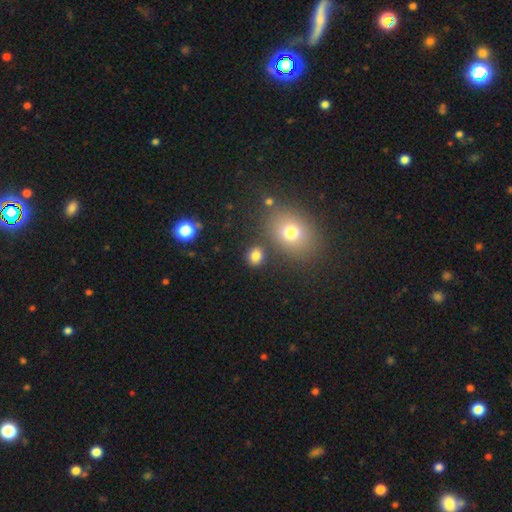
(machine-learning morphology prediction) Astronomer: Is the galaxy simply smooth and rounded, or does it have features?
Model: smooth — 80%.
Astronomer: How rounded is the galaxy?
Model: round — 72%.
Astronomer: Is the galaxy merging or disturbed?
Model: none — 80%.